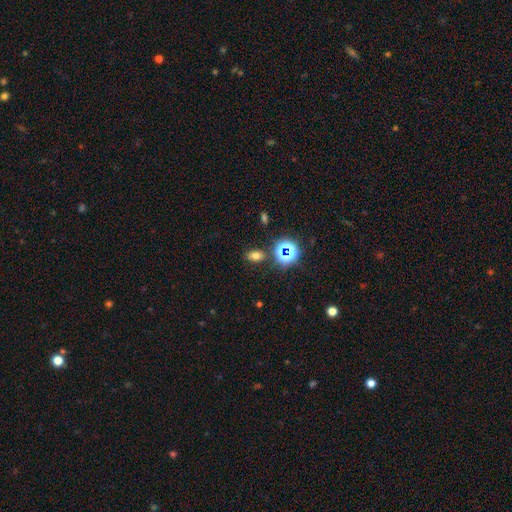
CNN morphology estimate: type=smooth (64%); roundness=in between (76%); merging=none (82%).